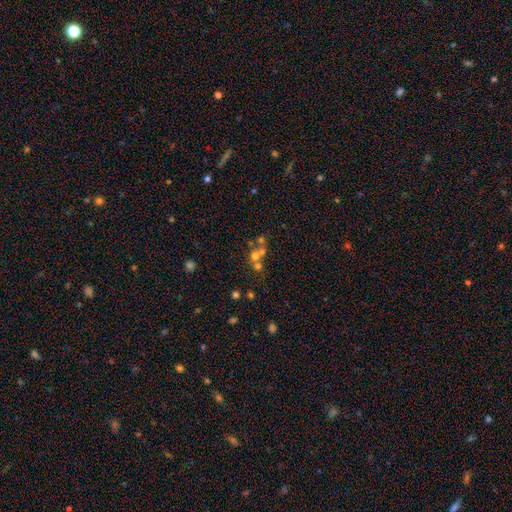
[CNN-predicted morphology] smooth_or_featured: smooth (p=0.54) [alt: featured or disk p=0.24]
how_rounded: round (p=0.83) [alt: in between p=0.16]
merging: merger (p=0.52) [alt: none p=0.37]